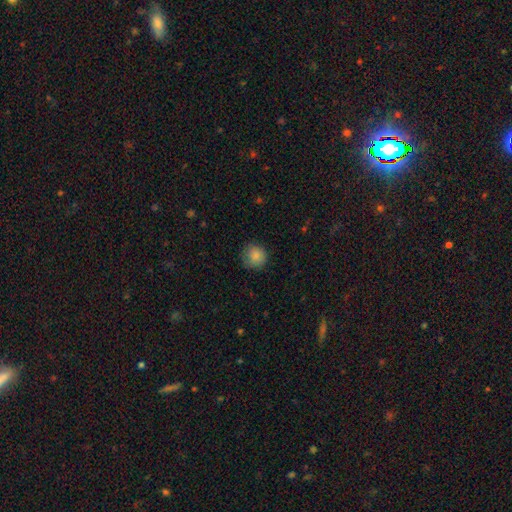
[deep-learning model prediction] smooth 86%, star or artifact 9%, featured or disk 5%. Down the decision tree: how rounded — round (91%); merging — none (79%).